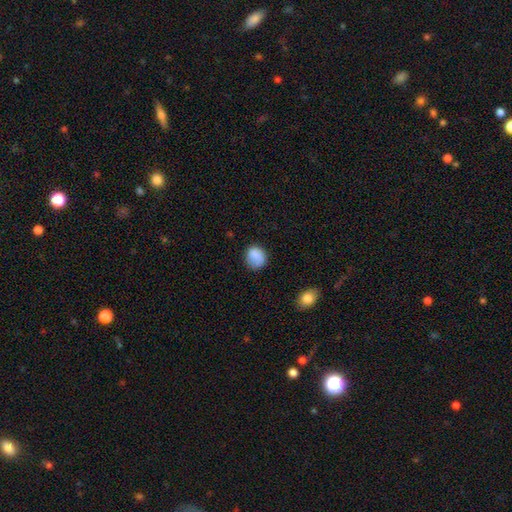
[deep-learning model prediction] smooth_or_featured: smooth (p=0.86) [alt: star or artifact p=0.09]
how_rounded: round (p=0.74) [alt: in between p=0.25]
merging: none (p=0.72) [alt: minor disturbance p=0.21]